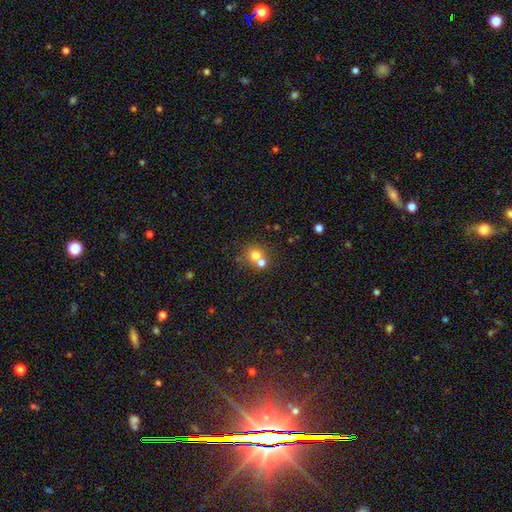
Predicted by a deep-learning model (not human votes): smooth 71%, featured or disk 16%, star or artifact 14%. Down the decision tree: how rounded — round (82%); merging — merger (49%).